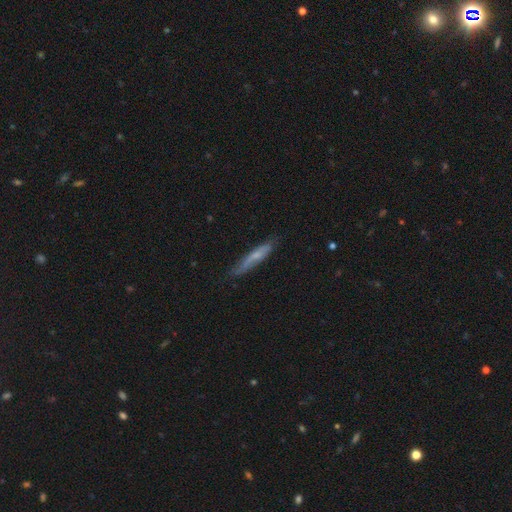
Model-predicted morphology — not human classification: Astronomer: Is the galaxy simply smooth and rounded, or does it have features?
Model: smooth — 50% (runner-up: featured or disk, 44%).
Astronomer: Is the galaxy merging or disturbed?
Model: none — 72%.